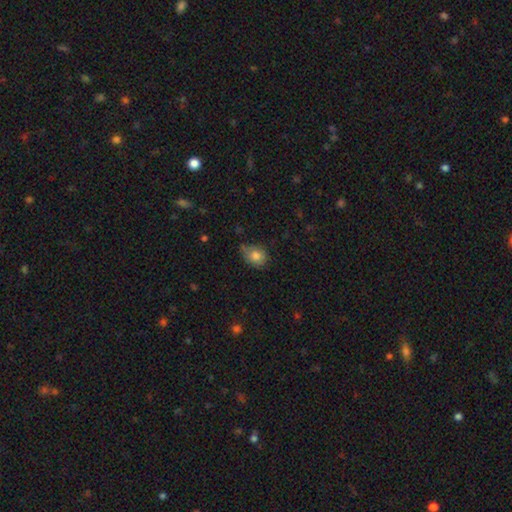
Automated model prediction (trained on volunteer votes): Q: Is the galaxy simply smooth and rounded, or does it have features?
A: smooth — 83%.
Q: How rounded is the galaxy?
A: round — 59%.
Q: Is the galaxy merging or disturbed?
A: none — 51%.